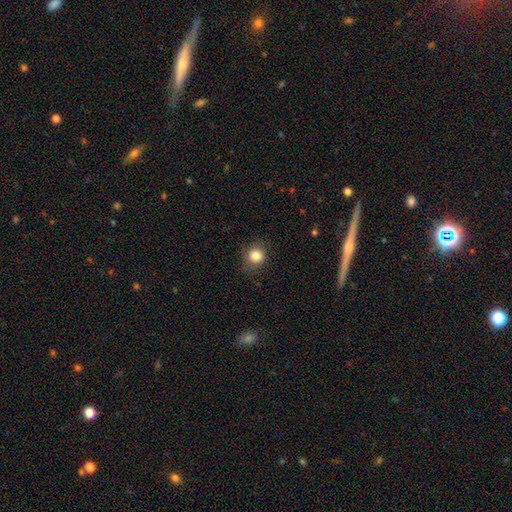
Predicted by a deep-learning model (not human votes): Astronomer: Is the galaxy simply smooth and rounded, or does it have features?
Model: smooth — 83%.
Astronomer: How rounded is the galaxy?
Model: round — 82%.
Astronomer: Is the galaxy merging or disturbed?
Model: none — 82%.